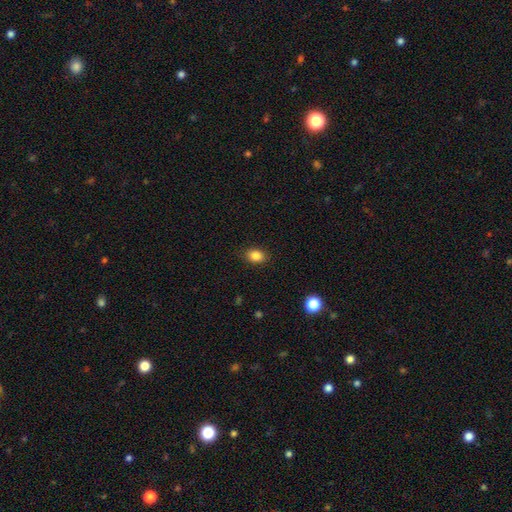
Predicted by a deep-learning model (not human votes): smooth 85%, star or artifact 10%, featured or disk 5%. Down the decision tree: how rounded — in between (68%); merging — none (84%).